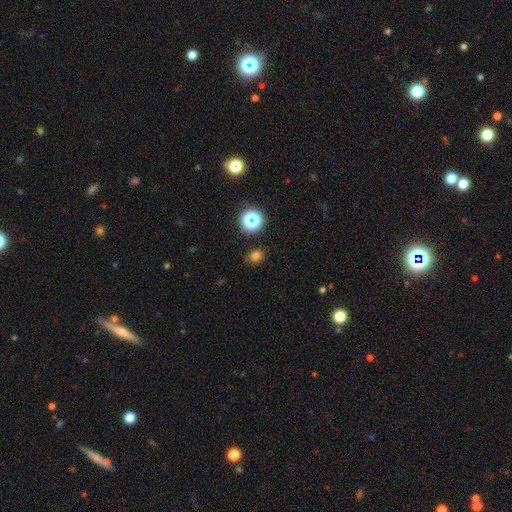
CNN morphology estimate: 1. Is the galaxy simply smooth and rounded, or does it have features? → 71% smooth, 23% star or artifact, 6% featured or disk.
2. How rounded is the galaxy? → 60% round, 39% in between, 1% cigar-shaped.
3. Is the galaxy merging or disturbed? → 80% none, 13% minor disturbance, 4% major disturbance, 3% merger.